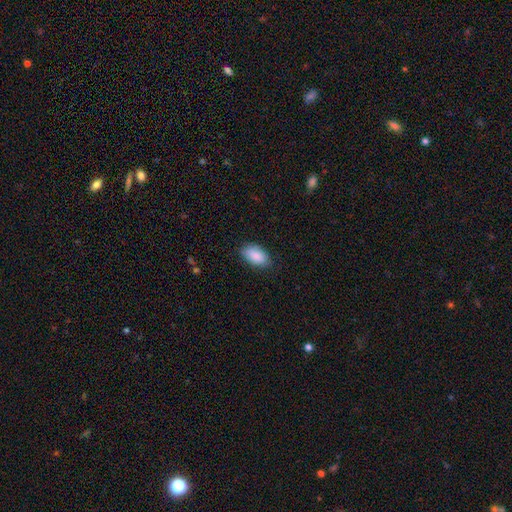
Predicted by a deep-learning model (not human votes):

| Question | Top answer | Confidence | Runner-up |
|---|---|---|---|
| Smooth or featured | smooth | 88% | star or artifact (7%) |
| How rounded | in between | 94% | round (4%) |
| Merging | none | 80% | minor disturbance (16%) |